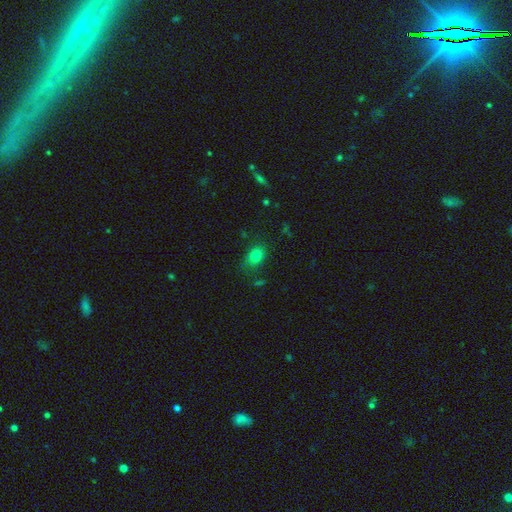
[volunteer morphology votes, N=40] Q: Smooth or featured?
A: smooth (88%); runner-up: featured or disk (8%)
Q: How rounded?
A: in between (91%); runner-up: round (9%)
Q: Merging?
A: none (82%); runner-up: minor disturbance (13%)